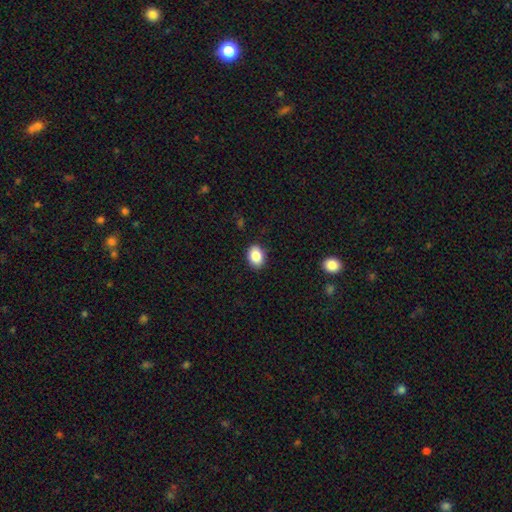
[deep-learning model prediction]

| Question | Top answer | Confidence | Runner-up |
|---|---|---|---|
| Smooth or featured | smooth | 87% | star or artifact (8%) |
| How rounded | in between | 72% | round (27%) |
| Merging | none | 88% | minor disturbance (9%) |